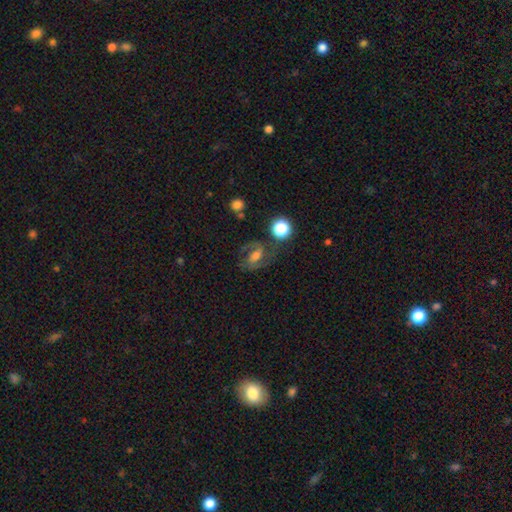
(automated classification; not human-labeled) The model was most divided on "bar": weak: 45%, no: 28%, strong: 28%. More confident: edge-on disk — no (96%); spiral arms — yes (90%); spiral arm count — 2 (87%); smooth or featured — featured or disk (66%); merging — none (64%); spiral winding — medium (56%); bulge size — moderate (53%).